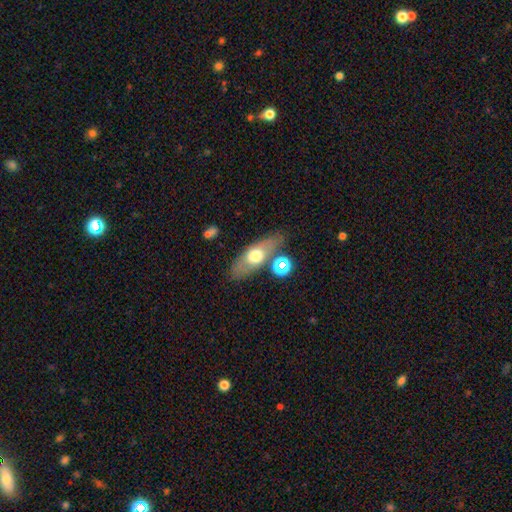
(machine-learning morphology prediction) Smooth or featured? Predicted: smooth (p=0.55). How rounded? Predicted: in between (p=0.64). Merging? Predicted: none (p=0.75).